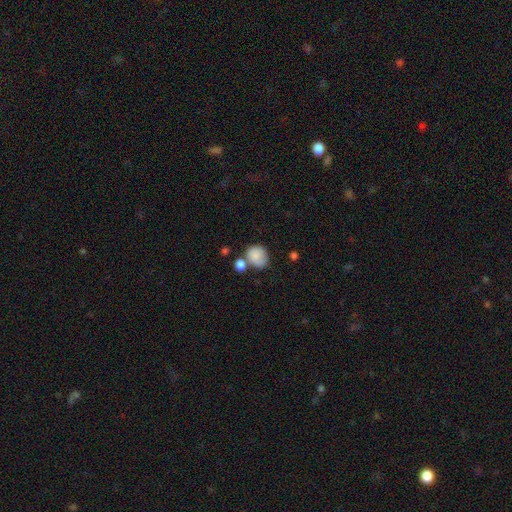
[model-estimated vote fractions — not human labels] Overall: smooth (81%). How rounded: round (65%; in between 34%). Merging: none (47%; merger 26%).